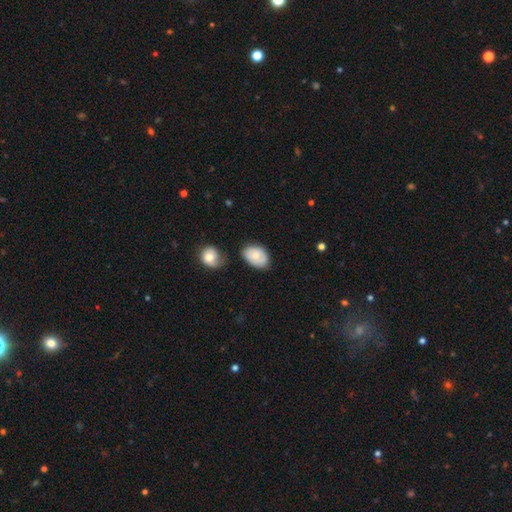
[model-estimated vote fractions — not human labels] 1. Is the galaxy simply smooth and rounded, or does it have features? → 71% smooth, 22% featured or disk, 7% star or artifact.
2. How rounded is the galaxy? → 83% in between, 16% round, 1% cigar-shaped.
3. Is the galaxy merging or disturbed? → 60% none, 25% minor disturbance, 8% merger, 7% major disturbance.